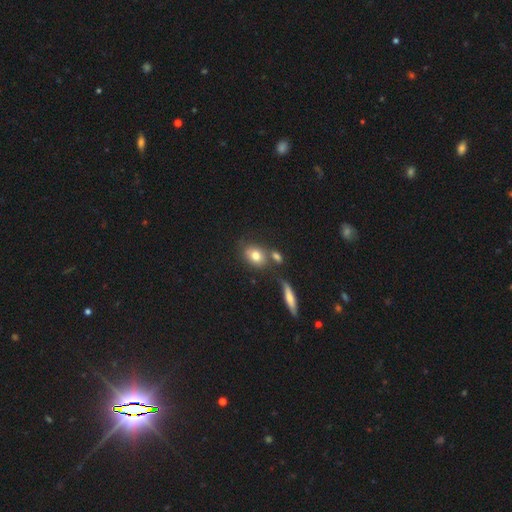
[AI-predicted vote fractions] Smooth or featured: smooth — 76% (featured or disk — 14%)
How rounded: in between — 60% (round — 36%)
Merging: none — 59% (merger — 23%)